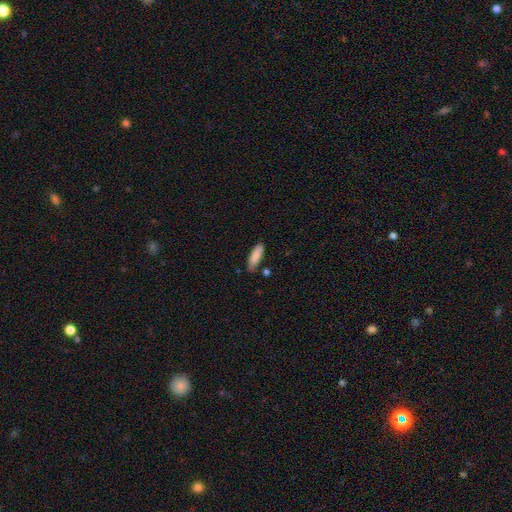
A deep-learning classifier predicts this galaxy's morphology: Q: Smooth or featured?
A: smooth (86%); runner-up: featured or disk (8%)
Q: How rounded?
A: cigar-shaped (51%); runner-up: in between (47%)
Q: Merging?
A: none (73%); runner-up: minor disturbance (19%)